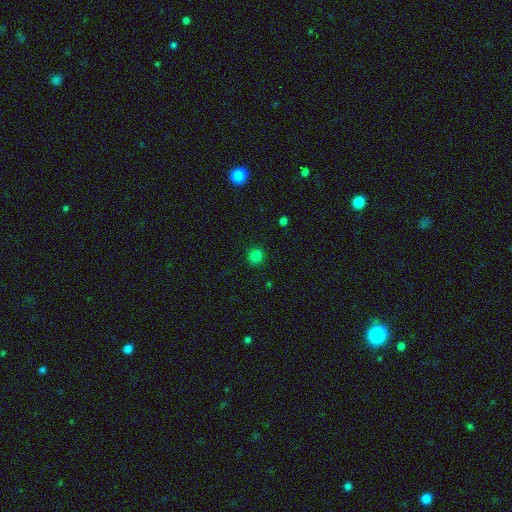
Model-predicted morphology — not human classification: The model was most divided on "smooth or featured": smooth: 80%, star or artifact: 16%, featured or disk: 4%. More confident: merging — none (90%); how rounded — round (87%).